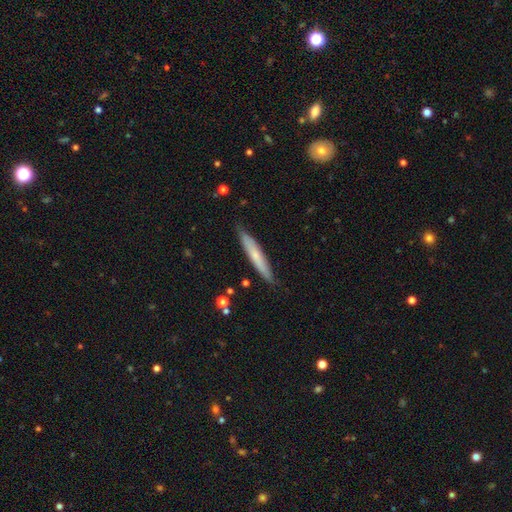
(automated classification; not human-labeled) smooth 59%, featured or disk 35%, star or artifact 6%. Down the decision tree: how rounded — cigar-shaped (94%); merging — none (85%).